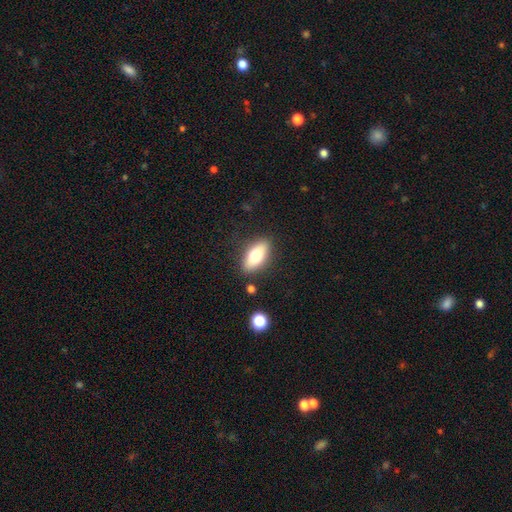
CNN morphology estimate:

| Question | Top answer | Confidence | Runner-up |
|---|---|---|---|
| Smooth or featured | smooth | 72% | featured or disk (21%) |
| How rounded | in between | 81% | cigar-shaped (15%) |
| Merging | none | 84% | minor disturbance (10%) |